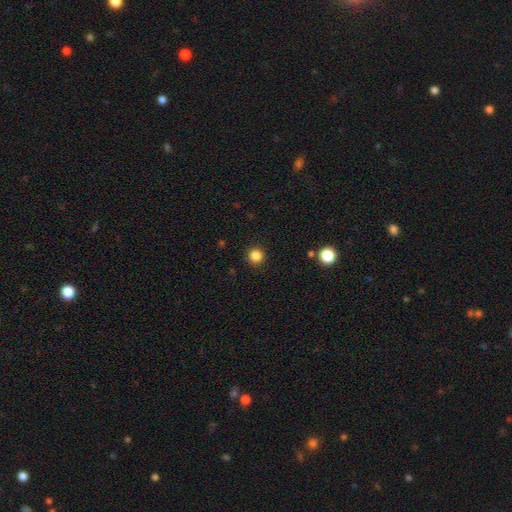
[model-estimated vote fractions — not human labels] This is clearly a smooth galaxy (85%). How rounded: clearly round (95%). Merging: clearly none (92%).